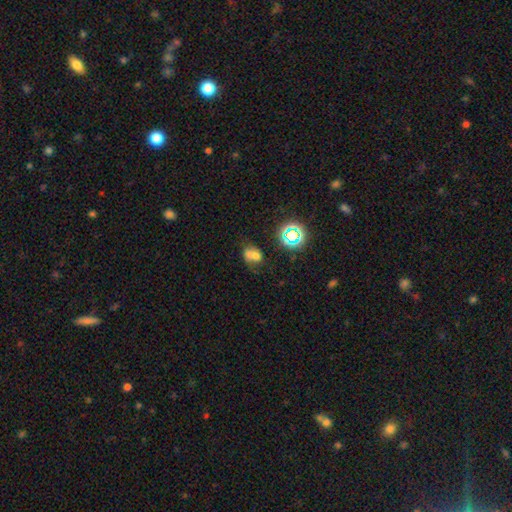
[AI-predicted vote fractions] Morphology: type=smooth (57%); roundness=in between (58%); merging=merger (40%).